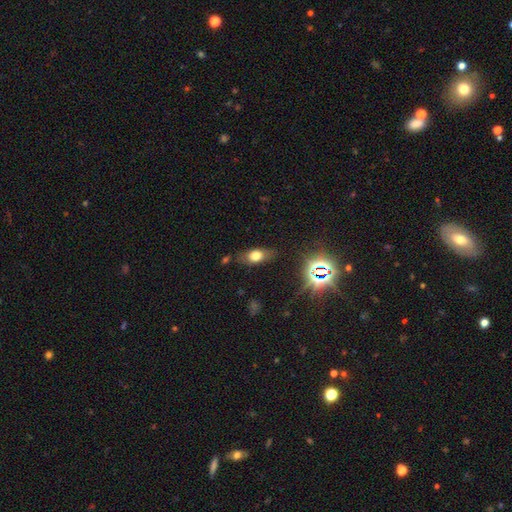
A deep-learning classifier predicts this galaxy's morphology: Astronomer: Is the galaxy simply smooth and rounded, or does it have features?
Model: smooth — 66%.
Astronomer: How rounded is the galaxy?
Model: in between — 79%.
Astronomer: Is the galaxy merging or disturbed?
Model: none — 77%.